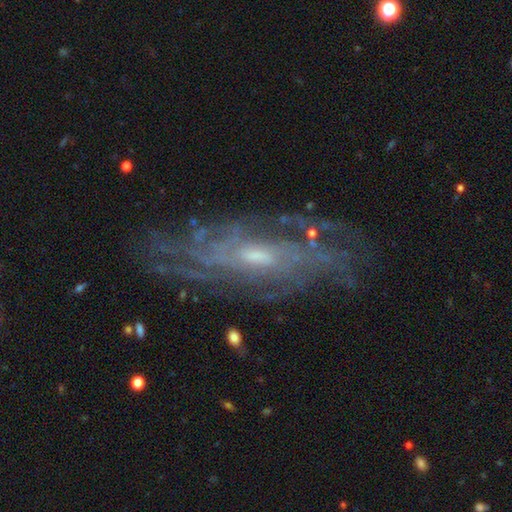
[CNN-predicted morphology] Smooth or featured?
  - featured or disk: 86% *
  - smooth: 8%
  - star or artifact: 7%
Edge-on disk?
  - no: 88% *
  - yes: 12%
Bar?
  - no: 46% *
  - weak: 42%
  - strong: 12%
Spiral arms?
  - yes: 94% *
  - no: 6%
Spiral winding?
  - tight: 60% *
  - medium: 30%
  - loose: 10%
Spiral arm count?
  - can't tell: 46% *
  - 4: 15%
  - more than 4: 11%
  - 2: 11%
  - 3: 11%
  - 1: 6%
Bulge size?
  - small: 49% *
  - moderate: 40%
  - none: 5%
  - large: 4%
  - dominant: 1%
Merging?
  - none: 71% *
  - minor disturbance: 17%
  - major disturbance: 10%
  - merger: 2%